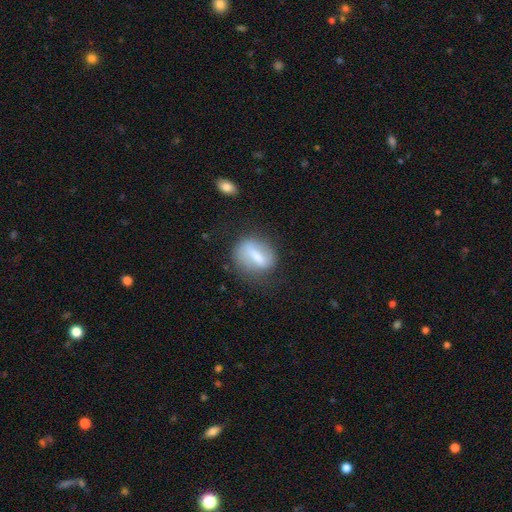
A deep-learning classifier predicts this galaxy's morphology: Q: Smooth or featured?
A: smooth (48%); runner-up: featured or disk (43%)
Q: Merging?
A: none (63%); runner-up: minor disturbance (22%)